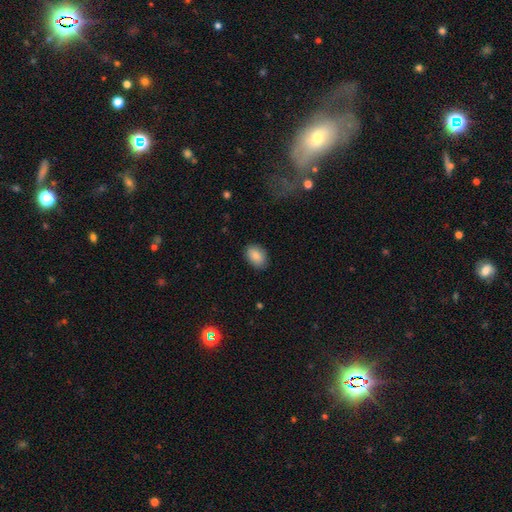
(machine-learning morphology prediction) This is clearly a smooth galaxy (87%). How rounded: clearly in between (84%). Merging: clearly none (85%).